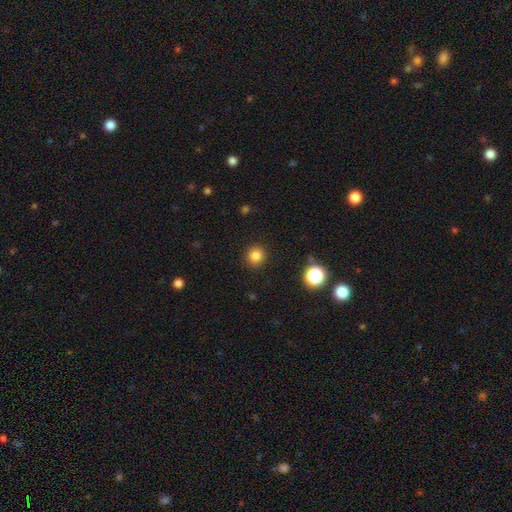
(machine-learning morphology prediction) smooth_or_featured: smooth (p=0.82) [alt: star or artifact p=0.13]
how_rounded: round (p=0.92) [alt: in between p=0.07]
merging: none (p=0.91) [alt: minor disturbance p=0.06]